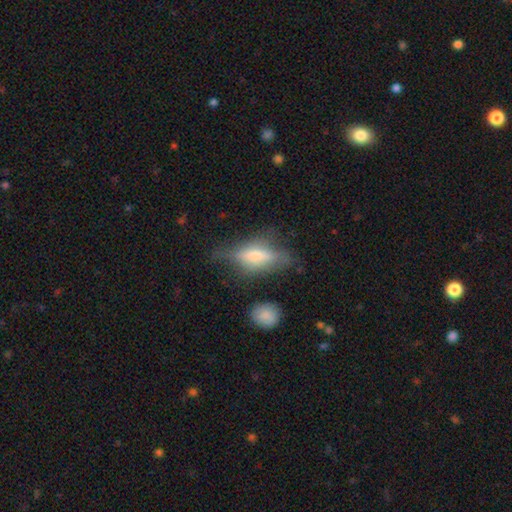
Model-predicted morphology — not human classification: This is possibly a featured or disk galaxy (50%). It is likely viewed edge-on (78%). Merging: possibly none (52%).